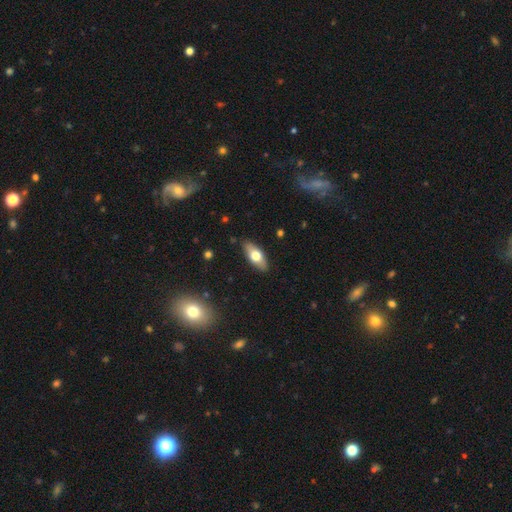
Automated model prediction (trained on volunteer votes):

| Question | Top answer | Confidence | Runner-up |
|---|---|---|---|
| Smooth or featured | smooth | 62% | featured or disk (32%) |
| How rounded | in between | 79% | cigar-shaped (18%) |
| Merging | none | 88% | minor disturbance (9%) |